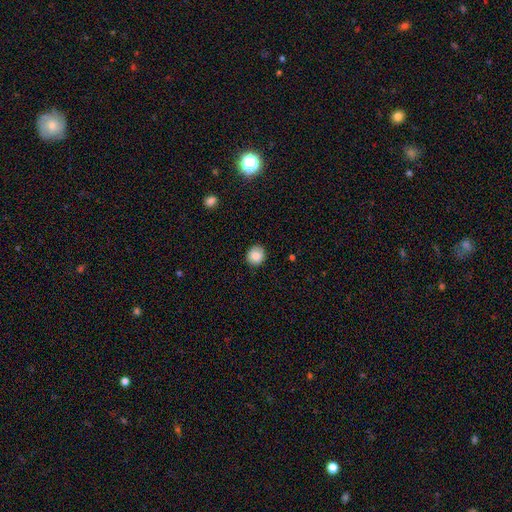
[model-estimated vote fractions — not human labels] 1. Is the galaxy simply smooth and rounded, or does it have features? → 87% smooth, 9% star or artifact, 4% featured or disk.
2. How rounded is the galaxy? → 88% round, 11% in between, 1% cigar-shaped.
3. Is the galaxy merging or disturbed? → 90% none, 7% minor disturbance, 2% major disturbance, 1% merger.